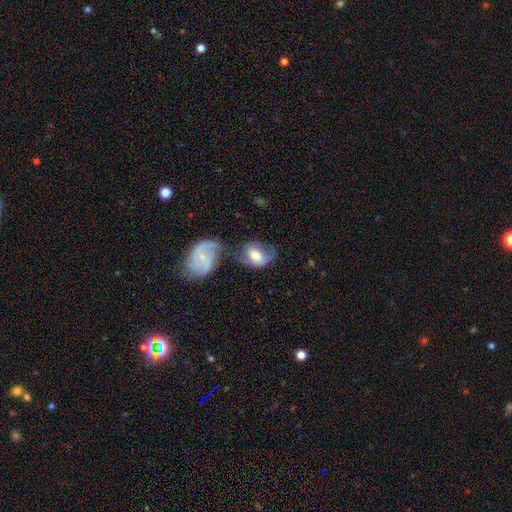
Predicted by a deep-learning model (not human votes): Overall: smooth (50%; featured or disk 43%). How rounded: in between (71%). Merging: merger (37%; none 27%).